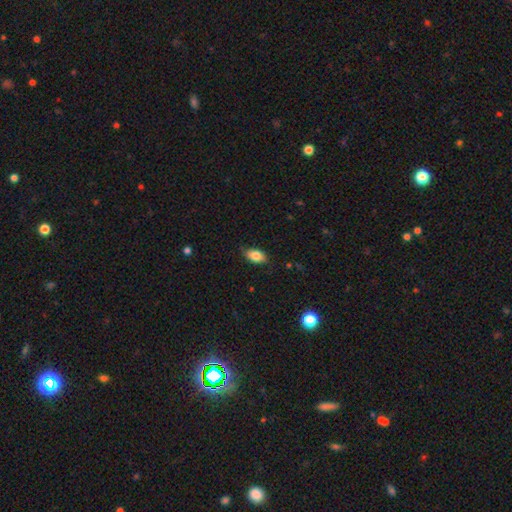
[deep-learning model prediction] The model was most divided on "merging": none: 79%, minor disturbance: 17%, major disturbance: 3%, merger: 1%. More confident: how rounded — in between (90%); smooth or featured — smooth (83%).